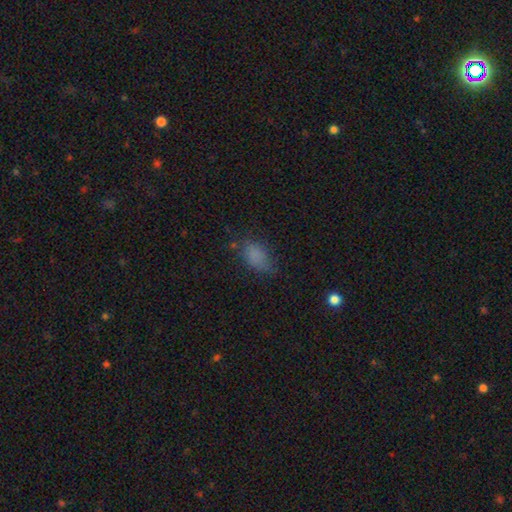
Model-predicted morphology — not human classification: smooth 79%, star or artifact 13%, featured or disk 8%. Down the decision tree: how rounded — in between (88%); merging — none (61%).